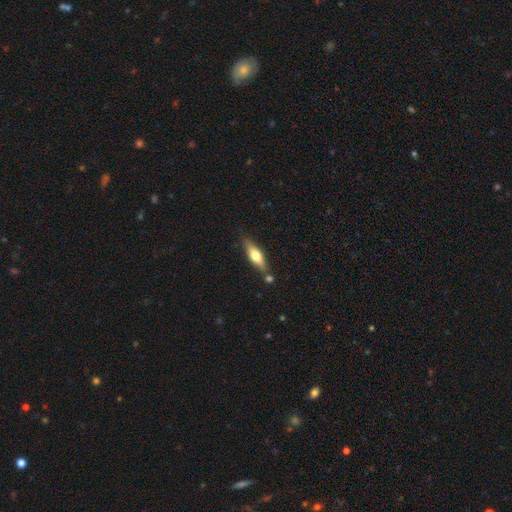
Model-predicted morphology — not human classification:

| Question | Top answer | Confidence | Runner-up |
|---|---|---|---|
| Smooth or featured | smooth | 54% | featured or disk (40%) |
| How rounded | cigar-shaped | 59% | in between (38%) |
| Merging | none | 74% | minor disturbance (14%) |